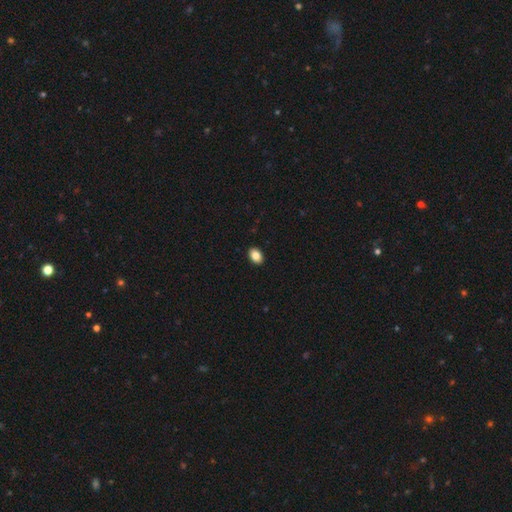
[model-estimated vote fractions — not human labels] Smooth or featured?
  - smooth: 86% *
  - star or artifact: 8%
  - featured or disk: 6%
How rounded?
  - in between: 82% *
  - round: 17%
  - cigar-shaped: 1%
Merging?
  - none: 91% *
  - minor disturbance: 6%
  - major disturbance: 2%
  - merger: 1%